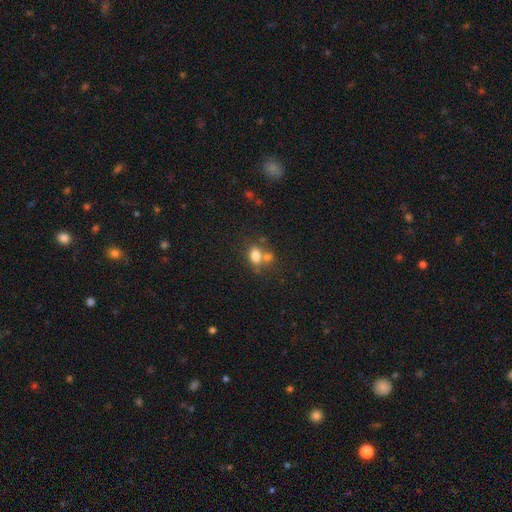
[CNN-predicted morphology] Smooth or featured: smooth — 77% (star or artifact — 12%)
How rounded: in between — 70% (round — 28%)
Merging: none — 44% (merger — 40%)